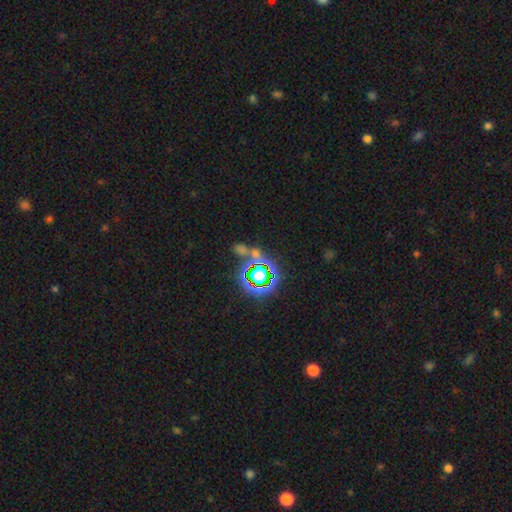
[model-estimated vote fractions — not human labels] Smooth or featured?
  - star or artifact: 70% *
  - smooth: 18%
  - featured or disk: 11%